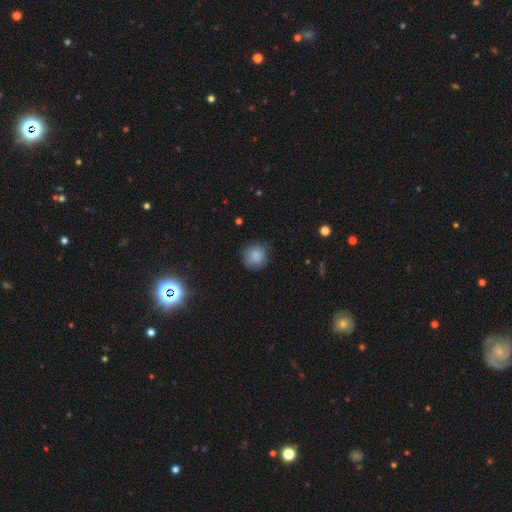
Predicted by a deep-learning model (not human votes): smooth 86%, star or artifact 9%, featured or disk 5%. Down the decision tree: how rounded — round (89%); merging — none (77%).